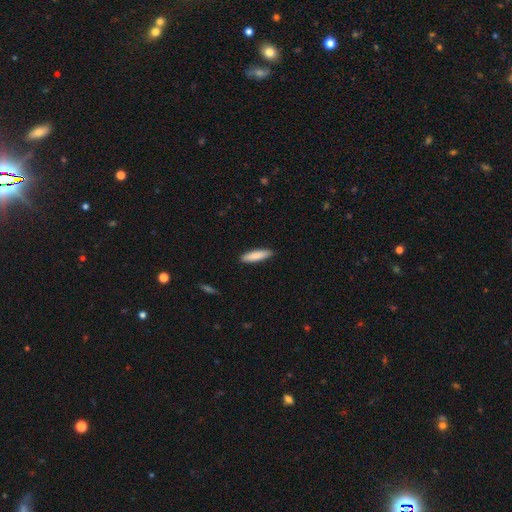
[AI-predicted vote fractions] Smooth or featured: smooth — 85% (featured or disk — 9%)
How rounded: cigar-shaped — 72% (in between — 26%)
Merging: none — 89% (minor disturbance — 8%)